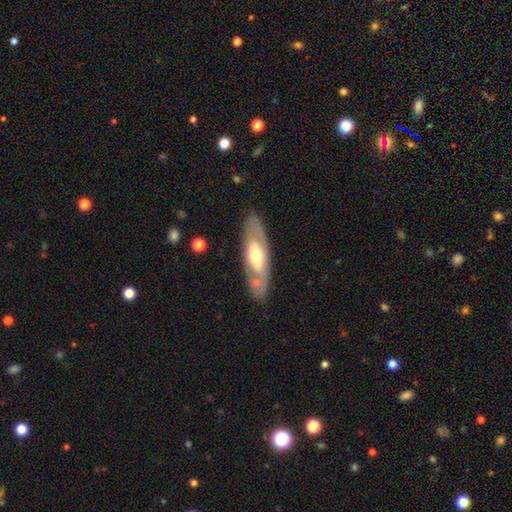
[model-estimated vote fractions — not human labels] A featured or disk galaxy (53%).

Vote fractions:
- Smooth or featured? featured or disk: 53% / smooth: 41% / star or artifact: 6%
- Edge-on disk? no: 65% / yes: 35%
- Merging? none: 77% / minor disturbance: 13% / merger: 6% / major disturbance: 4%